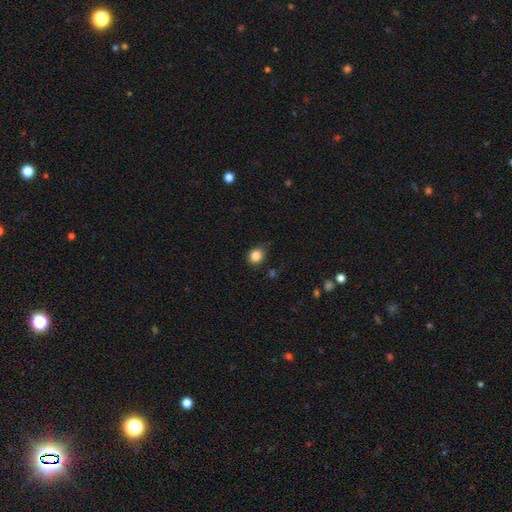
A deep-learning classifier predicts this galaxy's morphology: Q: Smooth or featured?
A: smooth (84%); runner-up: star or artifact (11%)
Q: How rounded?
A: round (63%); runner-up: in between (36%)
Q: Merging?
A: none (78%); runner-up: minor disturbance (17%)